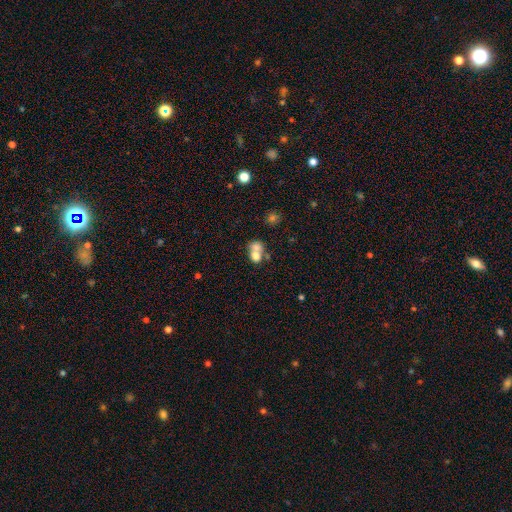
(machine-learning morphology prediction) This appears to be a smooth galaxy with no disk features (71%) that is round (61%). Merging: merger (63%).